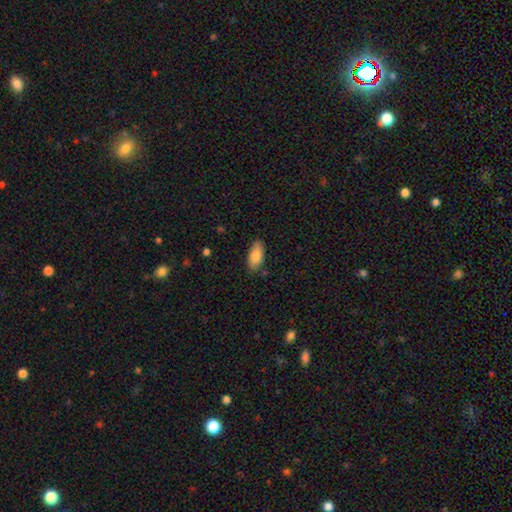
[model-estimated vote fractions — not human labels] A smooth galaxy with no disk features (84%) that is in between round and cigar-shaped (87%).

Vote fractions:
- Smooth or featured? smooth: 84% / featured or disk: 10% / star or artifact: 6%
- How rounded? in between: 87% / cigar-shaped: 11% / round: 2%
- Merging? none: 84% / minor disturbance: 12% / major disturbance: 2% / merger: 2%